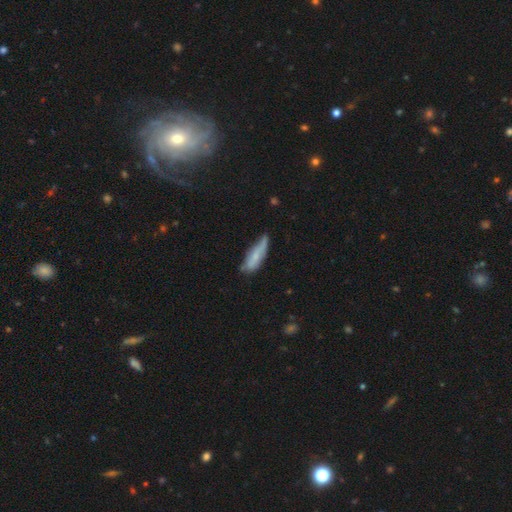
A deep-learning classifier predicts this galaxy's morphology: This is possibly a smooth galaxy (60%). How rounded: possibly cigar-shaped (54%). Merging: possibly none (47%).